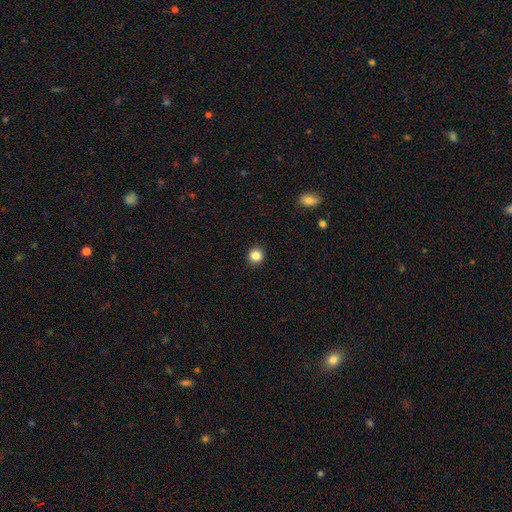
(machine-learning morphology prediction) This appears to be a smooth galaxy with no disk features (85%) that is round (92%). Merging: none (92%).